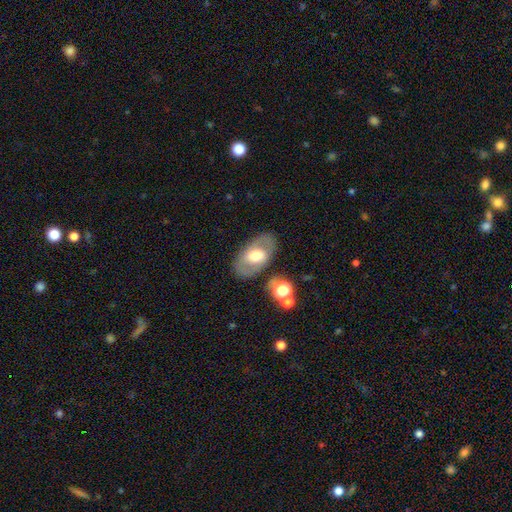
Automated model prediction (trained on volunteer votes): Smooth or featured? smooth (49%)
Merging? none (79%)